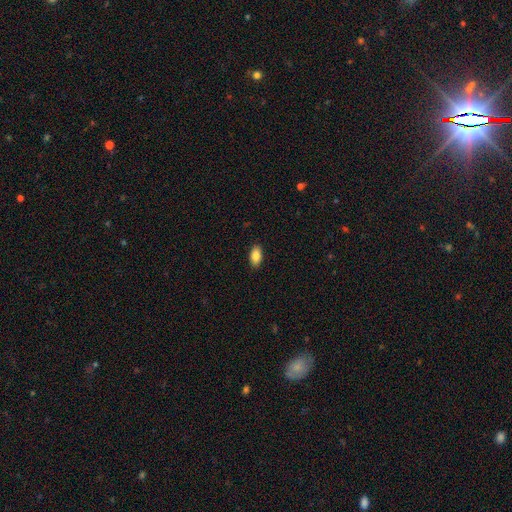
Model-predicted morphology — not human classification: Overall: smooth (87%). How rounded: in between (92%). Merging: none (89%).